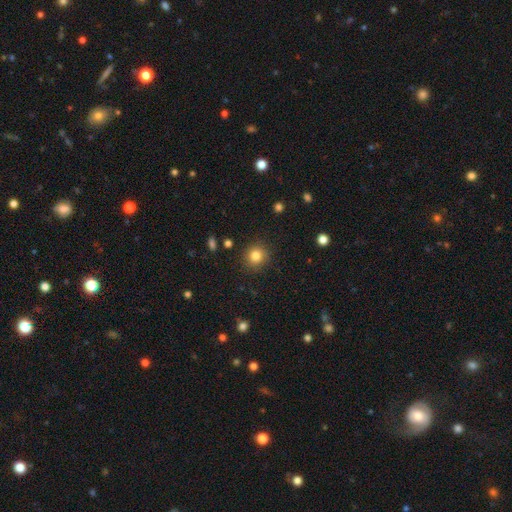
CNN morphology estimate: Q: Smooth or featured?
A: smooth (83%); runner-up: star or artifact (11%)
Q: How rounded?
A: round (88%); runner-up: in between (11%)
Q: Merging?
A: none (87%); runner-up: minor disturbance (8%)